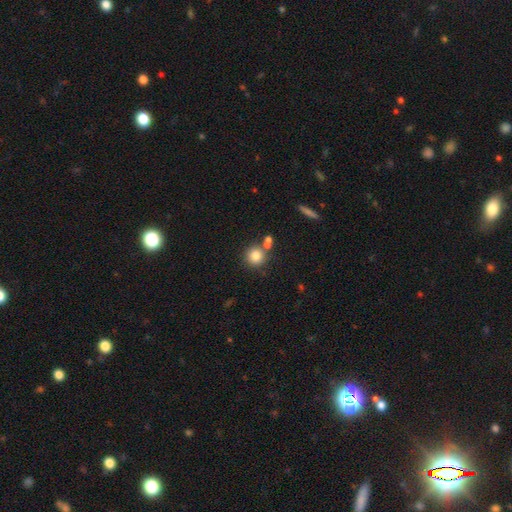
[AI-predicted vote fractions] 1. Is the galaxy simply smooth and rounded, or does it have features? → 80% smooth, 11% star or artifact, 9% featured or disk.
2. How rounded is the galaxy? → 90% round, 9% in between, 1% cigar-shaped.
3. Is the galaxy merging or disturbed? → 67% none, 20% merger, 10% minor disturbance, 3% major disturbance.